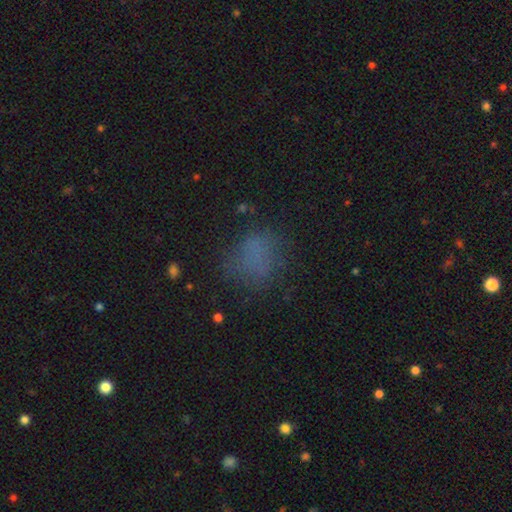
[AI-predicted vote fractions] A smooth galaxy with no disk features (65%) that is round (55%).

Vote fractions:
- Smooth or featured? smooth: 65% / star or artifact: 22% / featured or disk: 13%
- How rounded? round: 55% / in between: 43% / cigar-shaped: 2%
- Merging? none: 65% / minor disturbance: 19% / major disturbance: 14% / merger: 2%